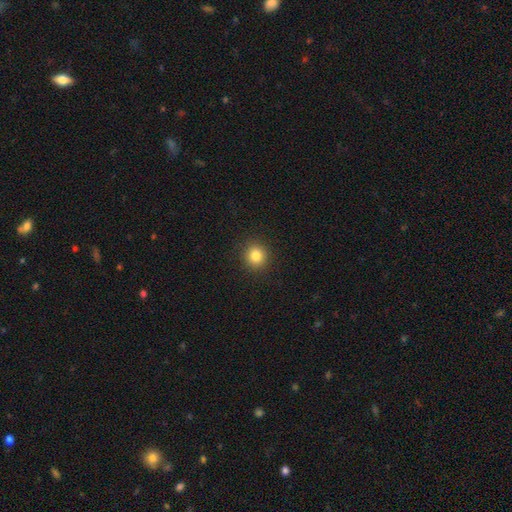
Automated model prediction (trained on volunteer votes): Q: Smooth or featured?
A: smooth (82%); runner-up: star or artifact (12%)
Q: How rounded?
A: round (88%); runner-up: in between (11%)
Q: Merging?
A: none (92%); runner-up: minor disturbance (5%)